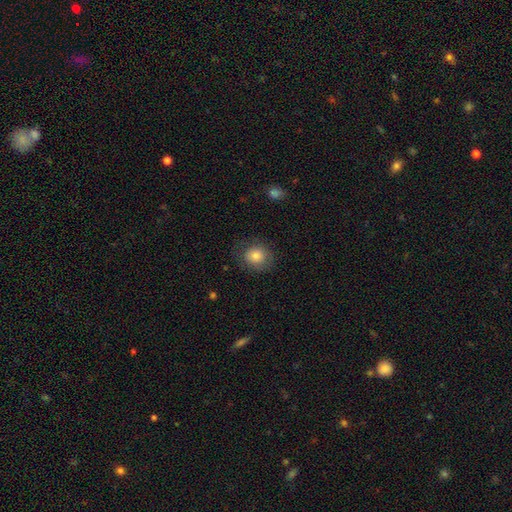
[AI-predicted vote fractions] The model was most divided on "how rounded": round: 72%, in between: 27%, cigar-shaped: 1%. More confident: smooth or featured — smooth (80%); merging — none (78%).